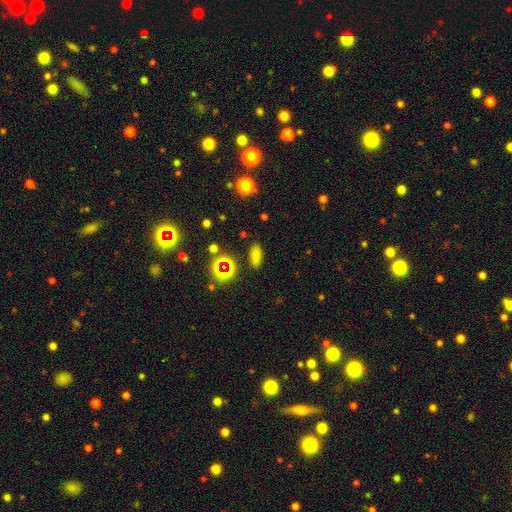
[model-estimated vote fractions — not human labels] The model was most divided on "smooth or featured": smooth: 72%, star or artifact: 22%, featured or disk: 6%. More confident: merging — none (86%); how rounded — in between (81%).